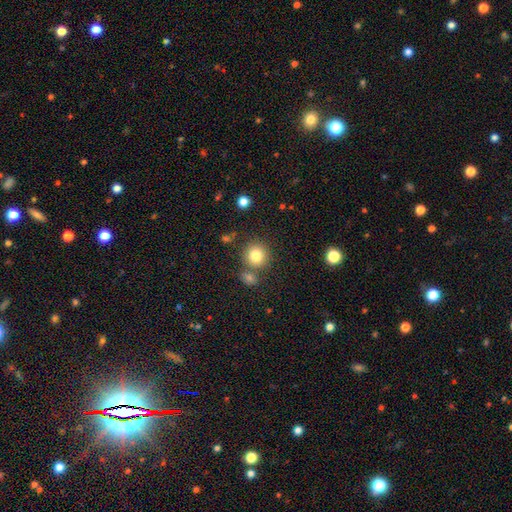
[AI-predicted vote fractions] Smooth or featured? smooth (81%)
How rounded? round (90%)
Merging? none (72%)